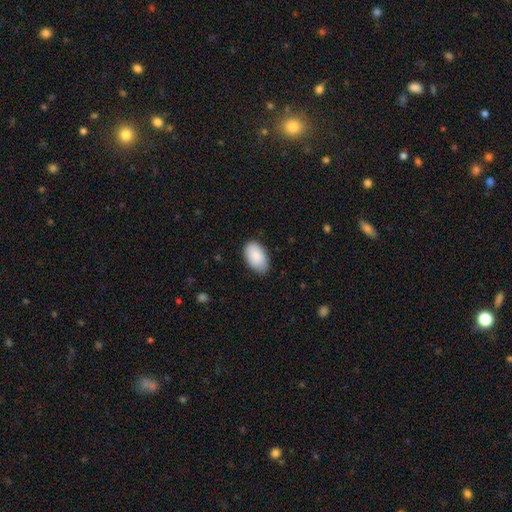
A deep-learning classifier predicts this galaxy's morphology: This appears to be a smooth galaxy with no disk features (88%) that is in between round and cigar-shaped (94%). Merging: none (75%).